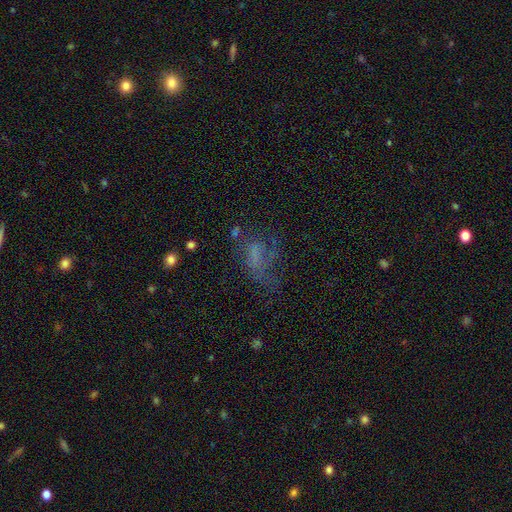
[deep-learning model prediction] The model was most divided on "smooth or featured": featured or disk: 39%, smooth: 38%, star or artifact: 23%. Remaining: merging — major disturbance (40%).